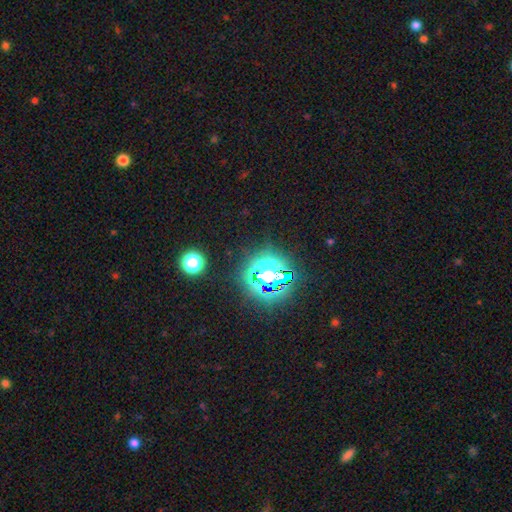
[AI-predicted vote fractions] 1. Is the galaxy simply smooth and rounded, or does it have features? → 82% star or artifact, 12% smooth, 6% featured or disk.